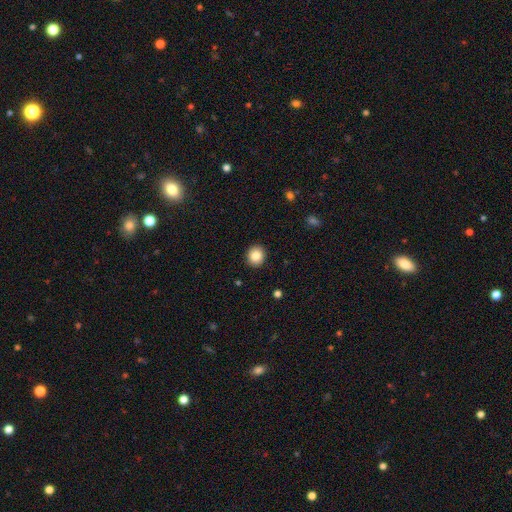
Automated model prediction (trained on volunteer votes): smooth 86%, star or artifact 9%, featured or disk 5%. Down the decision tree: how rounded — round (83%); merging — none (92%).